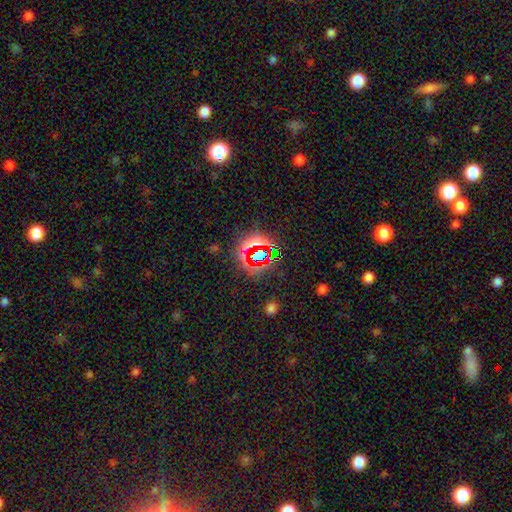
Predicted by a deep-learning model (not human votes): This is likely a star or artifact rather than a galaxy (75%).